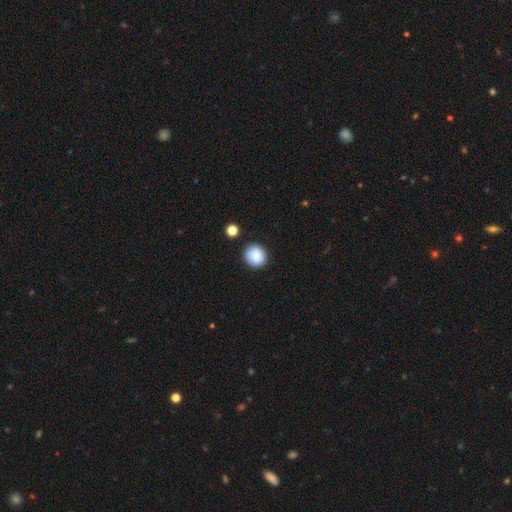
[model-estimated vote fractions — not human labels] smooth_or_featured: smooth (p=0.80) [alt: featured or disk p=0.11]
how_rounded: round (p=0.87) [alt: in between p=0.12]
merging: none (p=0.81) [alt: minor disturbance p=0.13]